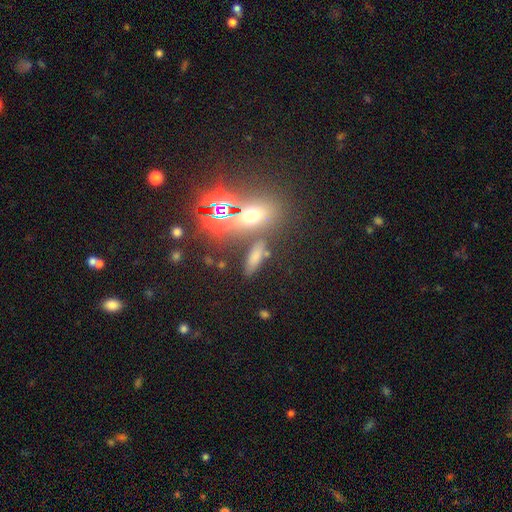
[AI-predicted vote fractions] smooth_or_featured: smooth (p=0.63) [alt: star or artifact p=0.25]
how_rounded: in between (p=0.48) [alt: cigar-shaped p=0.43]
merging: none (p=0.72) [alt: minor disturbance p=0.11]